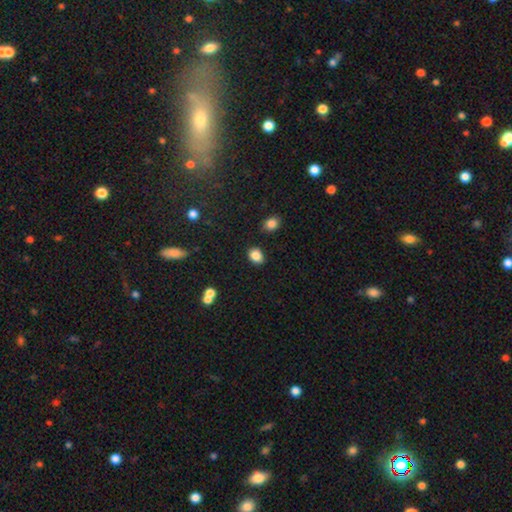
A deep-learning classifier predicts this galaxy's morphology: smooth-or-featured: smooth: 86% | star or artifact: 9% | featured or disk: 5%
  how-rounded: in between: 63% | round: 36% | cigar-shaped: 1%
  merging: none: 84% | minor disturbance: 10% | merger: 3% | major disturbance: 3%